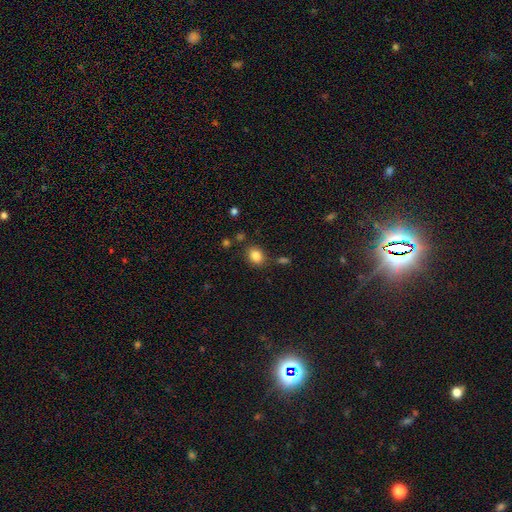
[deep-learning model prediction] A smooth galaxy with no disk features (84%) that is in between round and cigar-shaped (54%). Merging: none (78%).